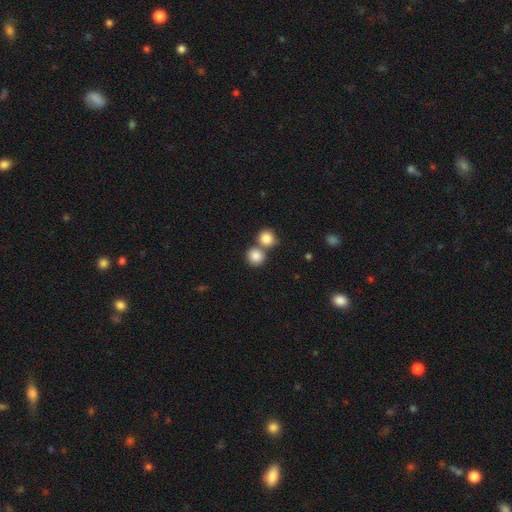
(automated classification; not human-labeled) Morphology: type=smooth (86%); roundness=round (85%); merging=none (50%).